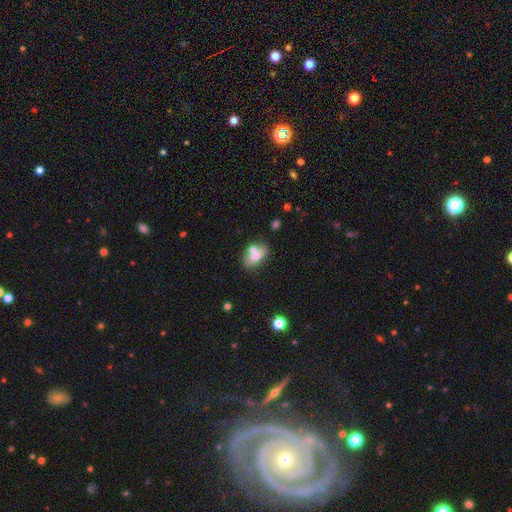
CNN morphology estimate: This is likely a smooth galaxy (68%). How rounded: clearly in between (81%). Merging: possibly none (58%).